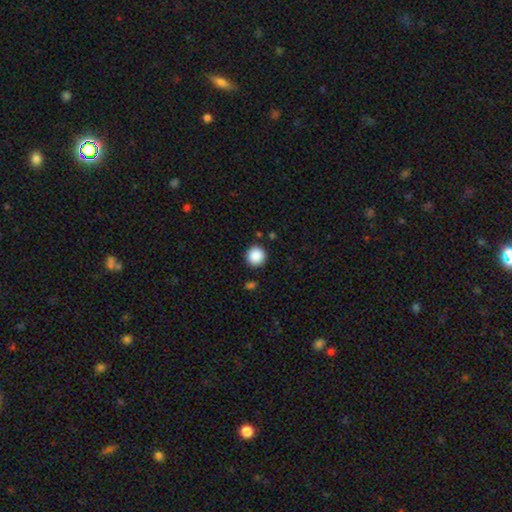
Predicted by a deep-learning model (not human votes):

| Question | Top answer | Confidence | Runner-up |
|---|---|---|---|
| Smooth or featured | smooth | 89% | star or artifact (9%) |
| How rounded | round | 95% | in between (4%) |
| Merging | none | 91% | minor disturbance (6%) |